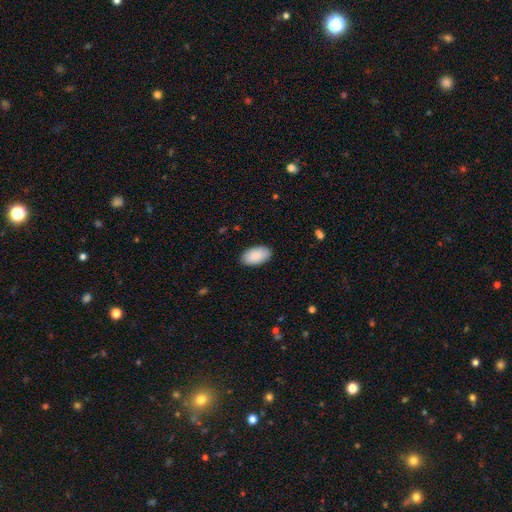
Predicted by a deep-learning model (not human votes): smooth-or-featured: smooth: 90% | star or artifact: 5% | featured or disk: 5%
  how-rounded: in between: 96% | round: 3% | cigar-shaped: 2%
  merging: none: 88% | minor disturbance: 9% | major disturbance: 2% | merger: 1%